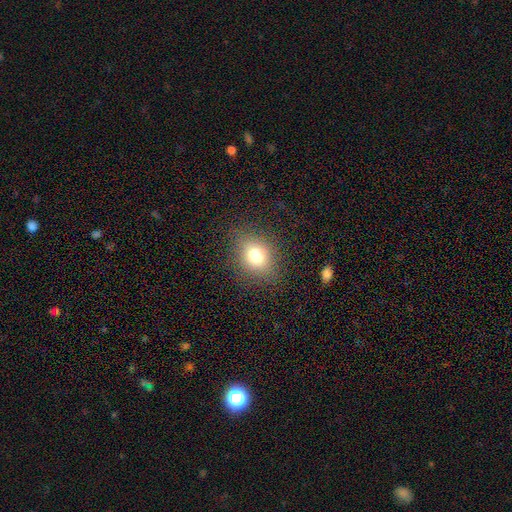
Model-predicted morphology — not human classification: Smooth or featured?
  - smooth: 76% *
  - star or artifact: 13%
  - featured or disk: 11%
How rounded?
  - in between: 50% *
  - round: 48%
  - cigar-shaped: 1%
Merging?
  - none: 83% *
  - minor disturbance: 11%
  - major disturbance: 5%
  - merger: 1%